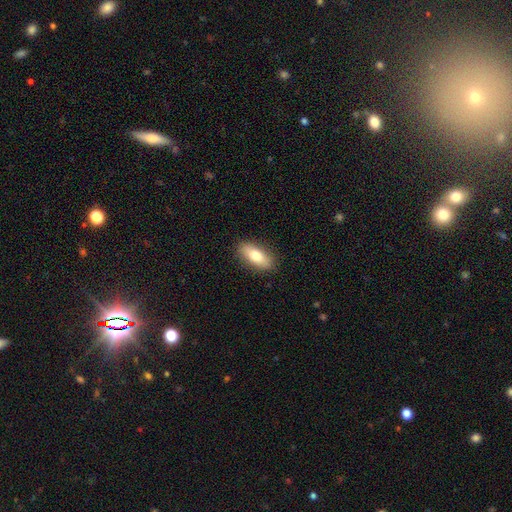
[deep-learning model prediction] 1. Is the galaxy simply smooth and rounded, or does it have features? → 78% smooth, 16% featured or disk, 6% star or artifact.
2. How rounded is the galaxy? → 78% in between, 19% cigar-shaped, 3% round.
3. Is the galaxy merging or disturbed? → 88% none, 9% minor disturbance, 2% major disturbance, 1% merger.